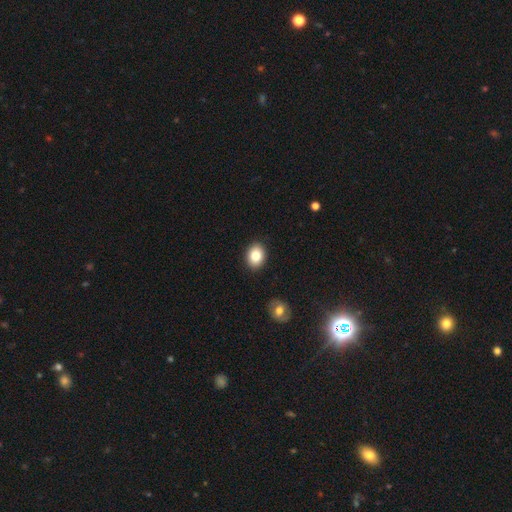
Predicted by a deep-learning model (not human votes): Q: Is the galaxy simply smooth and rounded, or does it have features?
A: smooth — 83%.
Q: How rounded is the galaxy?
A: in between — 62%.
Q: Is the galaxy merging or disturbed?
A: none — 90%.